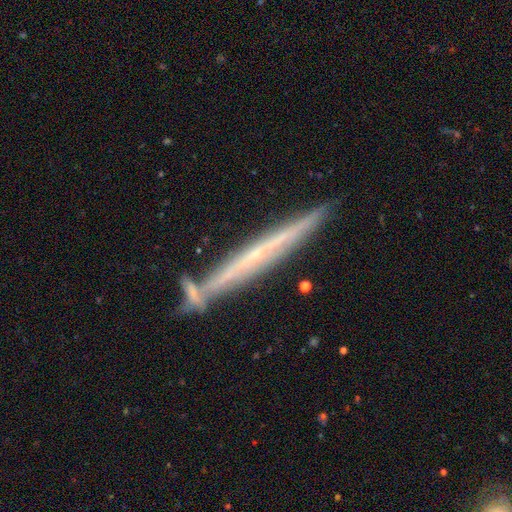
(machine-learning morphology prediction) A featured or disk galaxy (67%) viewed edge-on (94%) with no central bulge (71%).

Vote fractions:
- Smooth or featured? featured or disk: 67% / smooth: 26% / star or artifact: 7%
- Edge-on disk? yes: 94% / no: 6%
- Edge-on bulge? none: 71% / rounded: 25% / boxy: 4%
- Merging? none: 76% / minor disturbance: 12% / merger: 10% / major disturbance: 2%